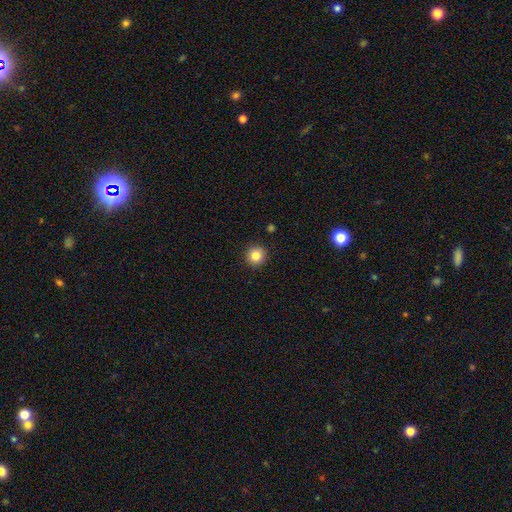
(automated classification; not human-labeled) This appears to be a smooth galaxy with no disk features (84%) that is round (94%). Merging: none (92%).